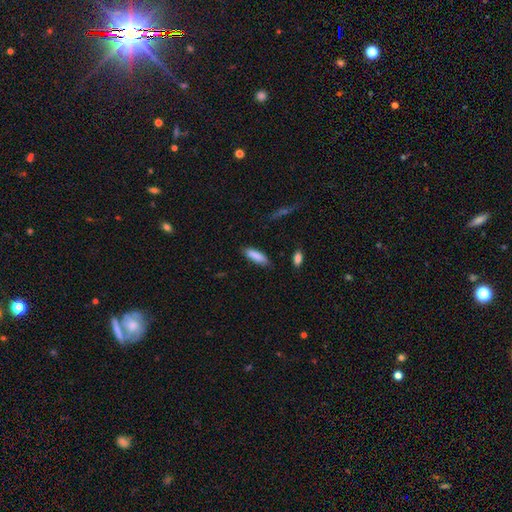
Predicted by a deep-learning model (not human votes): Smooth or featured? Predicted: smooth (p=0.86). How rounded? Predicted: cigar-shaped (p=0.53). Merging? Predicted: none (p=0.80).